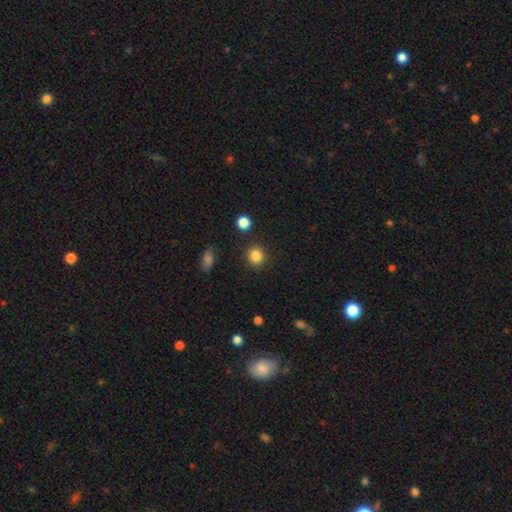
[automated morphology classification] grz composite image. It shows a smooth galaxy with no disk features (85%) that is round (85%). Merging: none (89%).